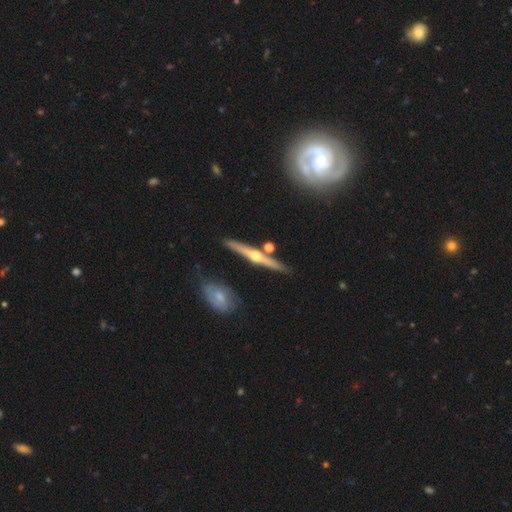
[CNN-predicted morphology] Q: Smooth or featured?
A: featured or disk (74%); runner-up: smooth (20%)
Q: Edge-on disk?
A: yes (97%); runner-up: no (3%)
Q: Edge-on bulge?
A: rounded (93%); runner-up: none (5%)
Q: Merging?
A: none (84%); runner-up: minor disturbance (8%)